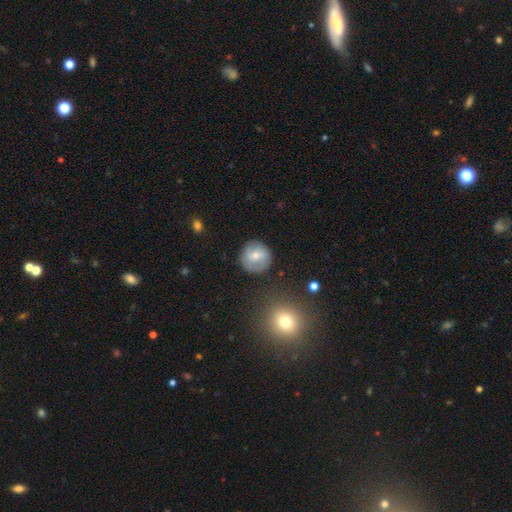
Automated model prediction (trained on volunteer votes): The model was most divided on "smooth or featured": smooth: 60%, featured or disk: 32%, star or artifact: 8%. More confident: how rounded — round (91%); merging — none (80%).